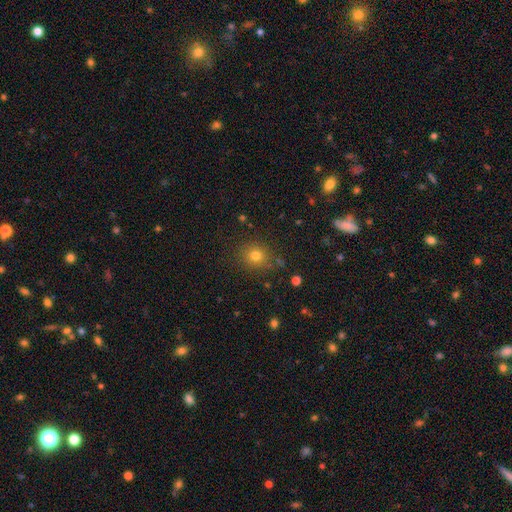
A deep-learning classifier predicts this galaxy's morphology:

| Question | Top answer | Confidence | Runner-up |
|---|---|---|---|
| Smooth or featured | smooth | 77% | star or artifact (16%) |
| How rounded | round | 83% | in between (16%) |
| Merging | none | 84% | minor disturbance (10%) |